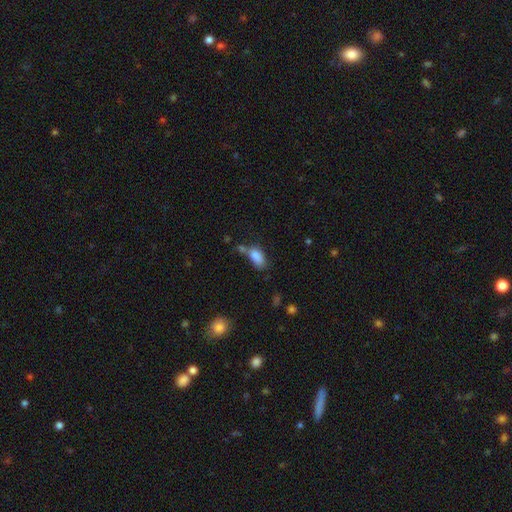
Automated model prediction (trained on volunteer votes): smooth 82%, star or artifact 10%, featured or disk 8%. Down the decision tree: how rounded — in between (89%); merging — none (42%).